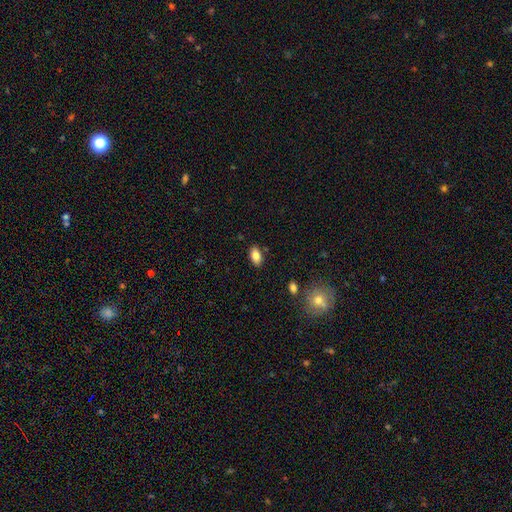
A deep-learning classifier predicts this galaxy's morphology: Smooth or featured? smooth (84%)
How rounded? in between (92%)
Merging? none (85%)